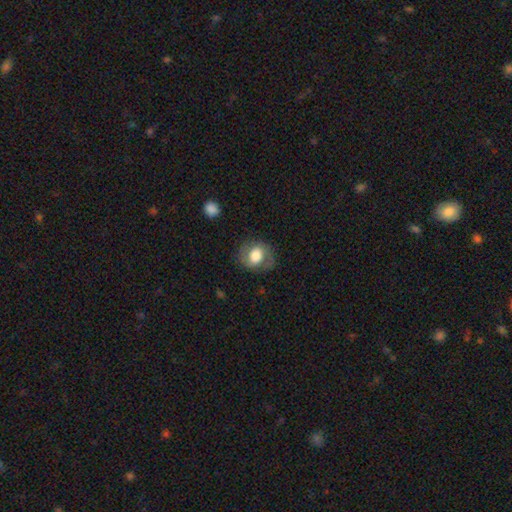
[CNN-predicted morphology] Smooth or featured?
  - smooth: 60% *
  - featured or disk: 33%
  - star or artifact: 8%
How rounded?
  - round: 55% *
  - in between: 44%
  - cigar-shaped: 1%
Merging?
  - none: 72% *
  - minor disturbance: 18%
  - major disturbance: 9%
  - merger: 1%